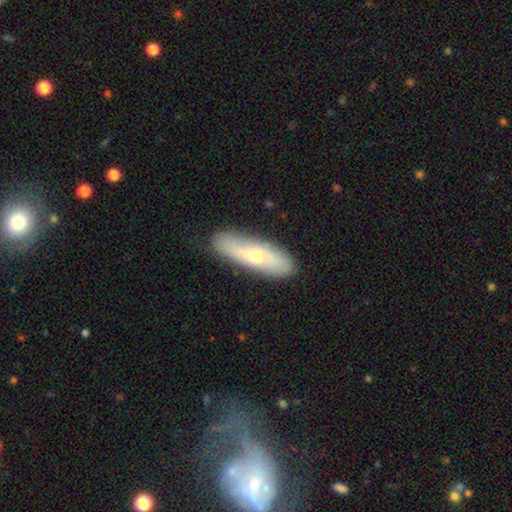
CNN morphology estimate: Q: Smooth or featured?
A: smooth (52%); runner-up: featured or disk (42%)
Q: How rounded?
A: cigar-shaped (54%); runner-up: in between (43%)
Q: Merging?
A: none (85%); runner-up: minor disturbance (11%)